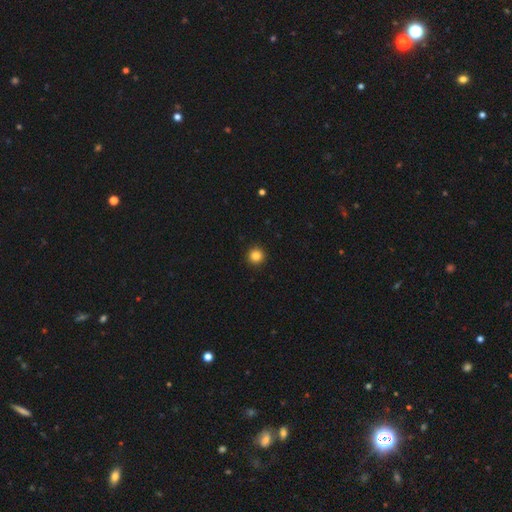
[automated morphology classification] Q: Smooth or featured?
A: smooth (85%); runner-up: star or artifact (11%)
Q: How rounded?
A: round (96%); runner-up: in between (3%)
Q: Merging?
A: none (93%); runner-up: minor disturbance (4%)